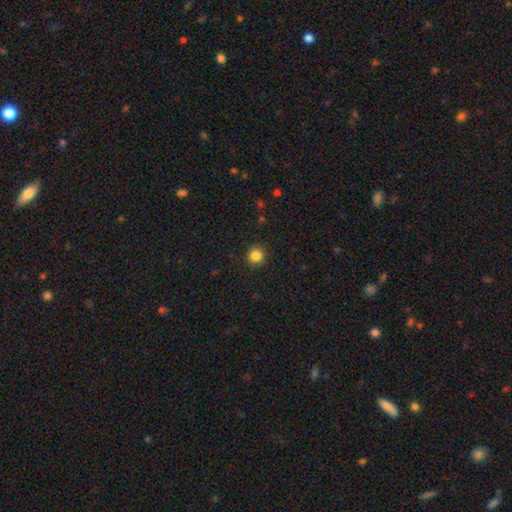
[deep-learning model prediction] A smooth galaxy with no disk features (85%) that is round (93%).

Vote fractions:
- Smooth or featured? smooth: 85% / star or artifact: 11% / featured or disk: 4%
- How rounded? round: 93% / in between: 6% / cigar-shaped: 1%
- Merging? none: 91% / minor disturbance: 6% / major disturbance: 2% / merger: 1%